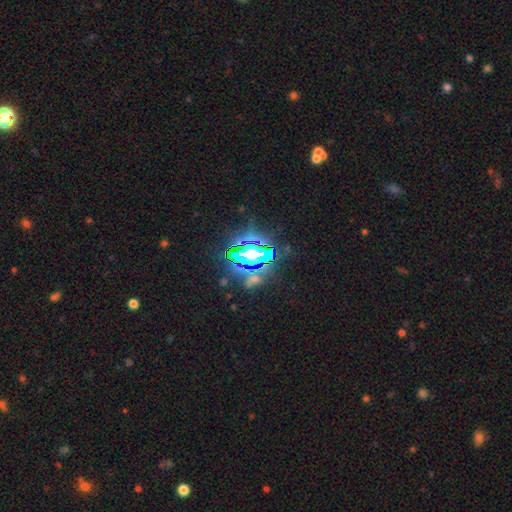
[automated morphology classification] The model was most divided on "smooth or featured": star or artifact: 70%, smooth: 17%, featured or disk: 14%.